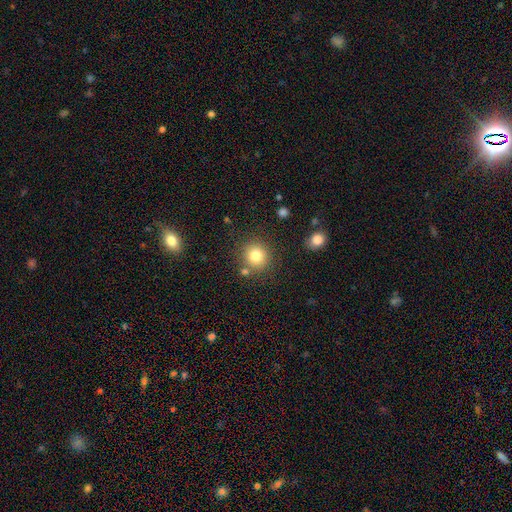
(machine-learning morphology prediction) Q: Smooth or featured?
A: smooth (80%); runner-up: star or artifact (11%)
Q: How rounded?
A: round (91%); runner-up: in between (8%)
Q: Merging?
A: none (80%); runner-up: minor disturbance (9%)